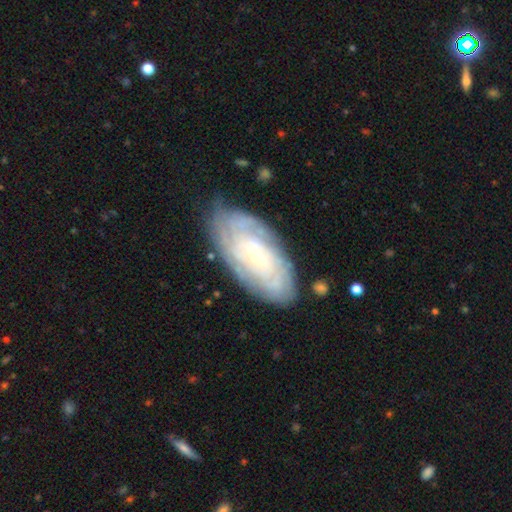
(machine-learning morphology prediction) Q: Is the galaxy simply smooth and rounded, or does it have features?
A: featured or disk — 76%.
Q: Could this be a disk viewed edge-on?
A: no — 93%.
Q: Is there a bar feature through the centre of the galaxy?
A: no — 70%.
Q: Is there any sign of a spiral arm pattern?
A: yes — 90%.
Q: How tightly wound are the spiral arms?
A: tight — 80%.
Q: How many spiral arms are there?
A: can't tell — 56%.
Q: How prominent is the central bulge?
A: small — 75%.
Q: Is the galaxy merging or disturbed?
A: none — 76%.